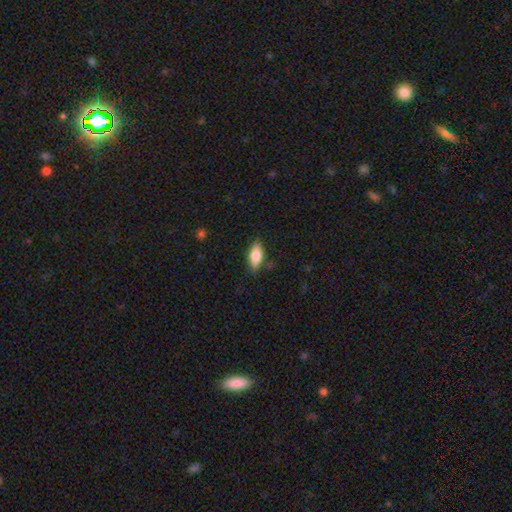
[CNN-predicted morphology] The model was most divided on "smooth or featured": smooth: 78%, featured or disk: 15%, star or artifact: 7%. More confident: how rounded — in between (83%); merging — none (80%).